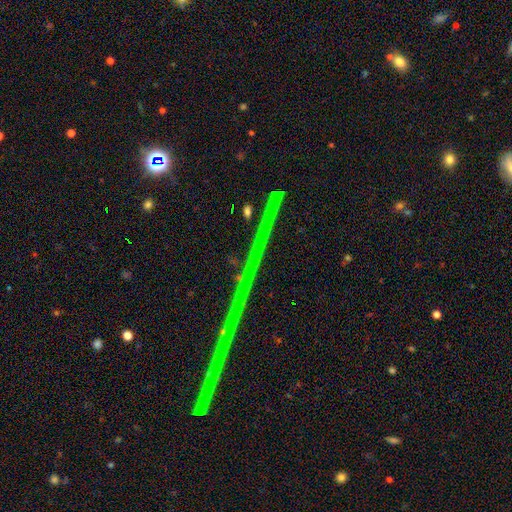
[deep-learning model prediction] star or artifact 84%, featured or disk 10%, smooth 6%.